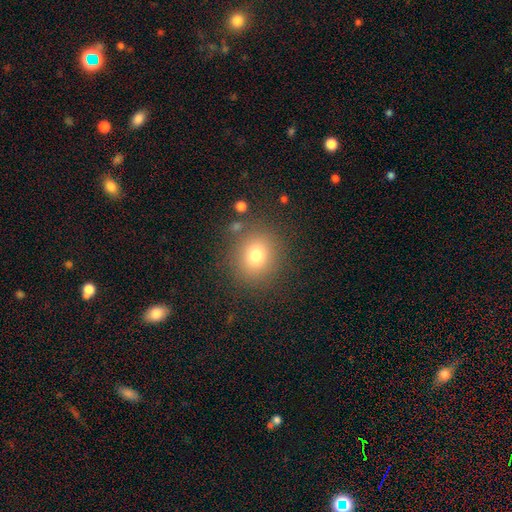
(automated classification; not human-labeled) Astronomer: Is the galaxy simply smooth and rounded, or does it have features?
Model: smooth — 76%.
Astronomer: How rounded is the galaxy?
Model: round — 81%.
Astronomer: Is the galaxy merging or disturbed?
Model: none — 84%.